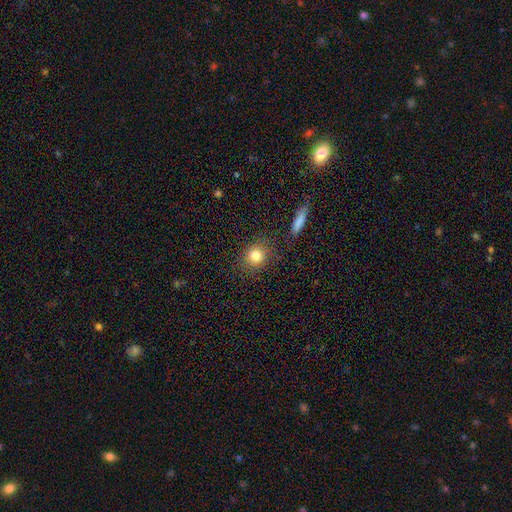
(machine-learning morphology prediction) A smooth galaxy with no disk features (82%) that is round (82%).

Vote fractions:
- Smooth or featured? smooth: 82% / star or artifact: 11% / featured or disk: 7%
- How rounded? round: 82% / in between: 16% / cigar-shaped: 1%
- Merging? none: 84% / minor disturbance: 10% / major disturbance: 3% / merger: 3%